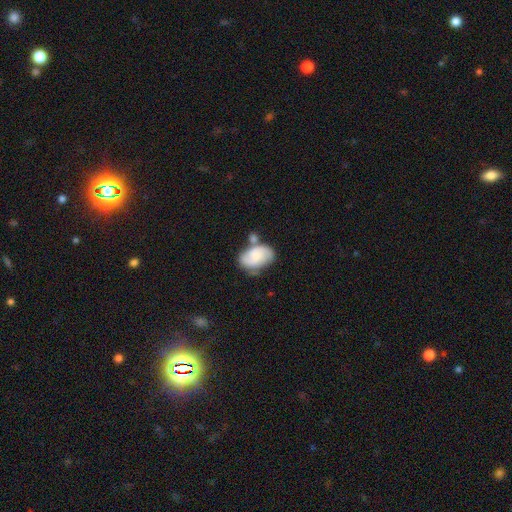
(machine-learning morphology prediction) smooth-or-featured: featured or disk: 49% | smooth: 43% | star or artifact: 7%
  merging: none: 41% | merger: 28% | minor disturbance: 22% | major disturbance: 9%